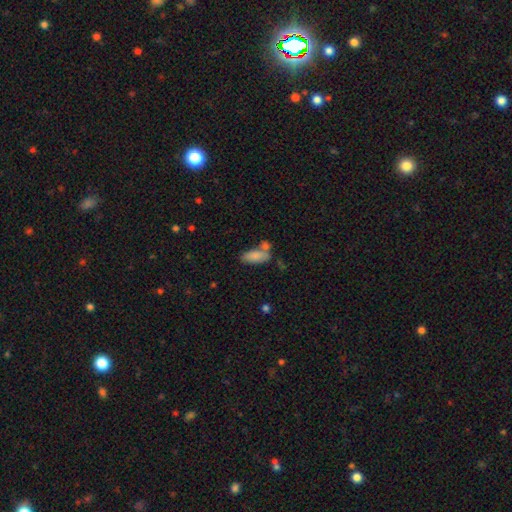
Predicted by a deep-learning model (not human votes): smooth-or-featured: smooth: 82% | featured or disk: 11% | star or artifact: 7%
  how-rounded: in between: 81% | cigar-shaped: 16% | round: 2%
  merging: none: 50% | merger: 29% | minor disturbance: 16% | major disturbance: 5%